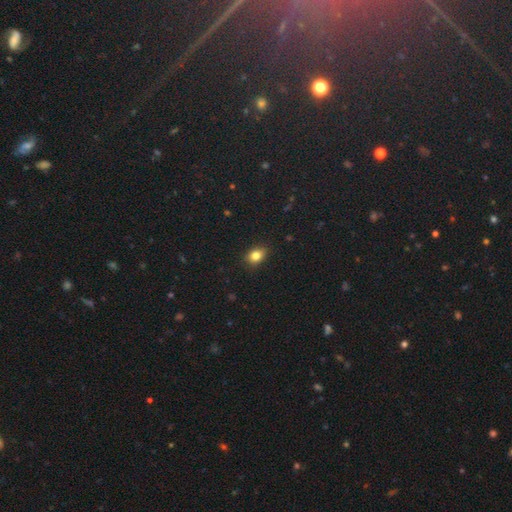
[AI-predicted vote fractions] Overall: smooth (82%). How rounded: in between (63%; round 36%). Merging: none (86%).